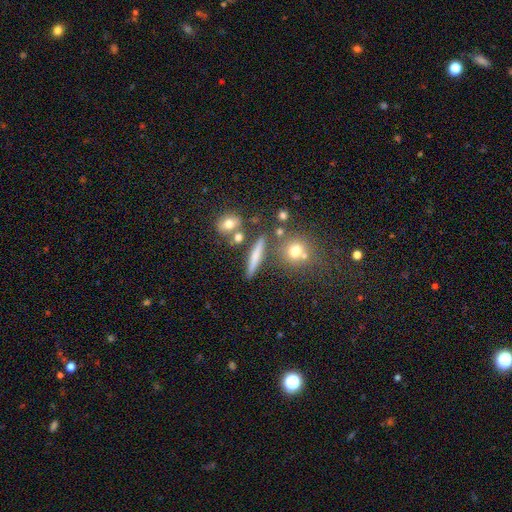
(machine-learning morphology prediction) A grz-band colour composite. It shows a smooth galaxy with no disk features (51%) that is cigar-shaped (76%). Merging: none (79%).